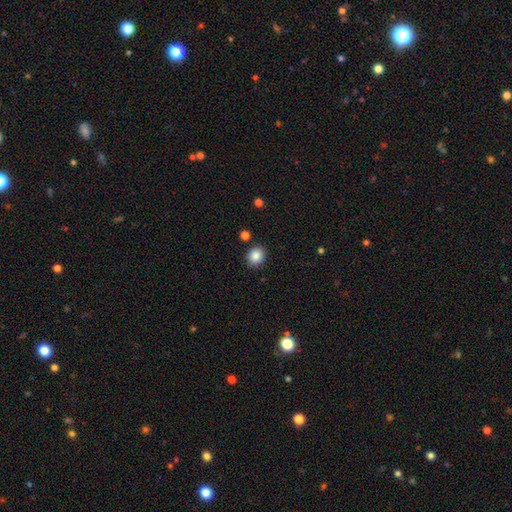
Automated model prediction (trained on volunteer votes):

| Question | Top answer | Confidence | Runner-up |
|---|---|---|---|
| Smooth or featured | smooth | 87% | star or artifact (9%) |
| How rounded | round | 73% | in between (26%) |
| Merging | none | 87% | minor disturbance (8%) |